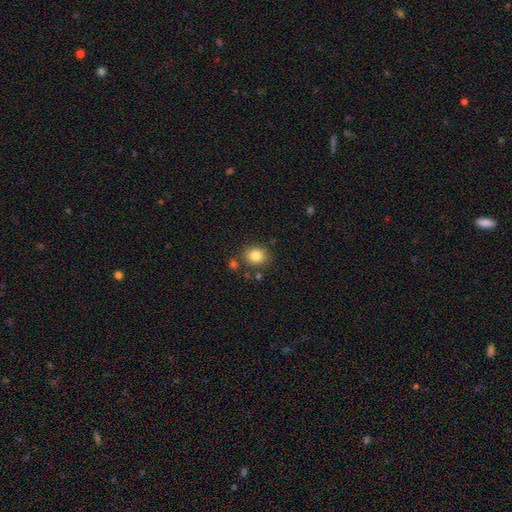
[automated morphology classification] Q: Smooth or featured?
A: smooth (83%); runner-up: star or artifact (10%)
Q: How rounded?
A: round (64%); runner-up: in between (35%)
Q: Merging?
A: none (80%); runner-up: minor disturbance (11%)